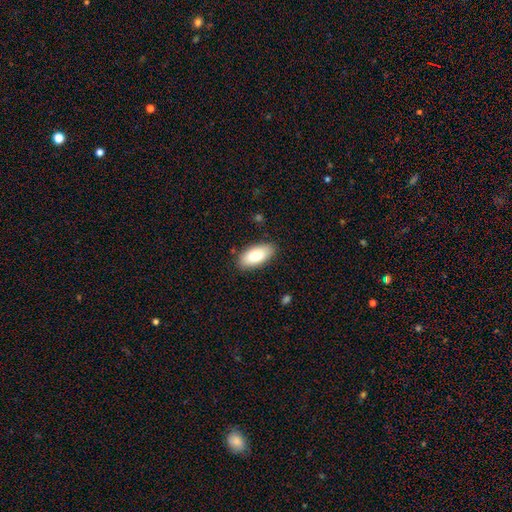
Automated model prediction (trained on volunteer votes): A smooth galaxy with no disk features (77%) that is in between round and cigar-shaped (90%).

Vote fractions:
- Smooth or featured? smooth: 77% / featured or disk: 17% / star or artifact: 6%
- How rounded? in between: 90% / cigar-shaped: 7% / round: 2%
- Merging? none: 86% / minor disturbance: 10% / major disturbance: 2% / merger: 1%